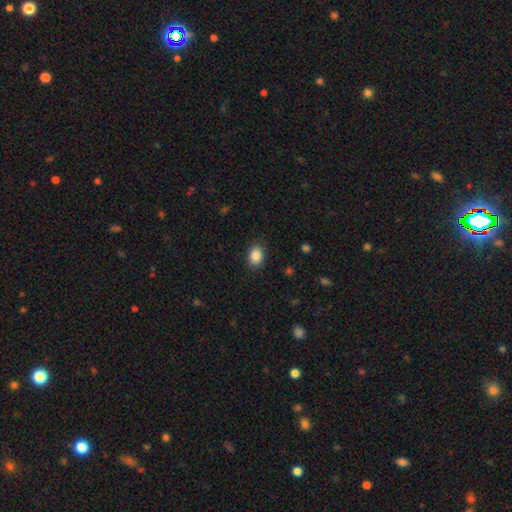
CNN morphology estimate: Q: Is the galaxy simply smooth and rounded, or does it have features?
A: smooth — 87%.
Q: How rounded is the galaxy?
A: in between — 74%.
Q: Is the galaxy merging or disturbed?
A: none — 87%.